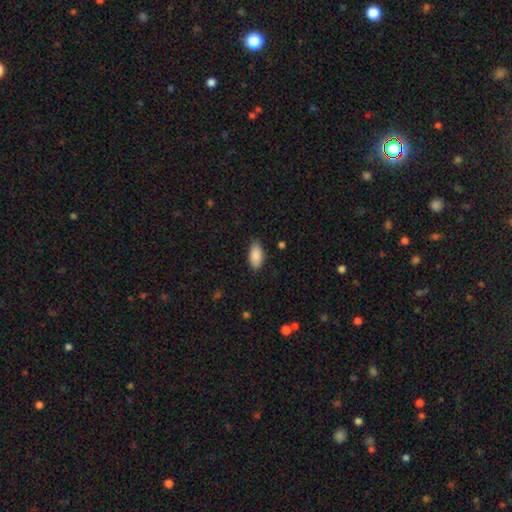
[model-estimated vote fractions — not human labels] A smooth galaxy with no disk features (90%) that is in between round and cigar-shaped (93%). Merging: none (84%).